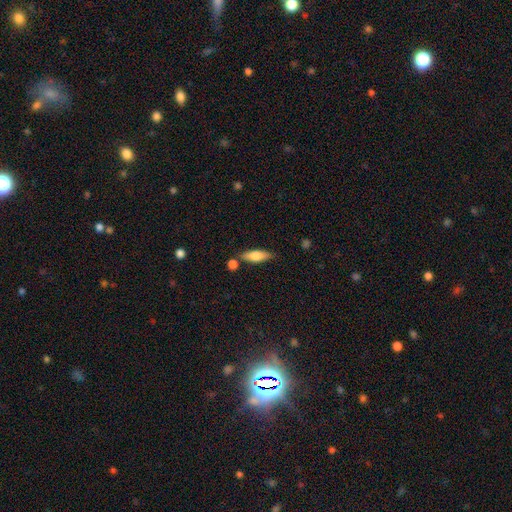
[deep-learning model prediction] Smooth or featured: smooth — 68% (featured or disk — 25%)
How rounded: in between — 57% (cigar-shaped — 41%)
Merging: none — 75% (minor disturbance — 14%)